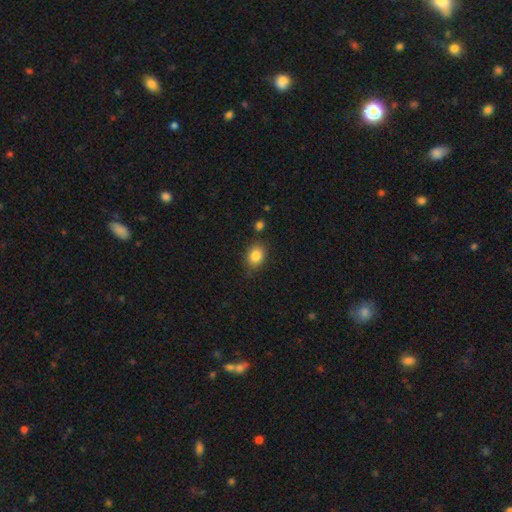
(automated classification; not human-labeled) The model was most divided on "how rounded": in between: 60%, round: 39%, cigar-shaped: 1%. More confident: smooth or featured — smooth (85%); merging — none (79%).